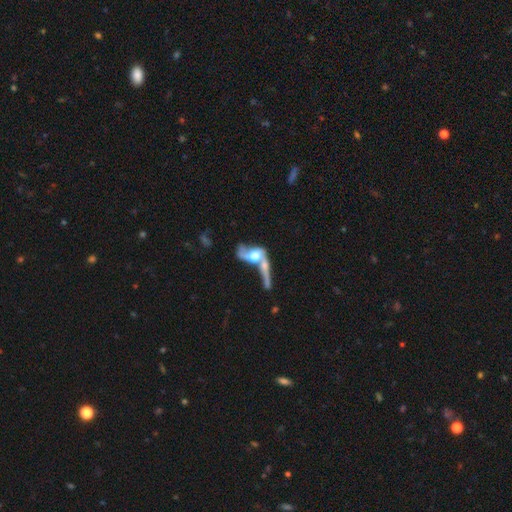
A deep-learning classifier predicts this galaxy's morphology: type=featured or disk (60%); edge-on=no (80%); merging=merger (65%).